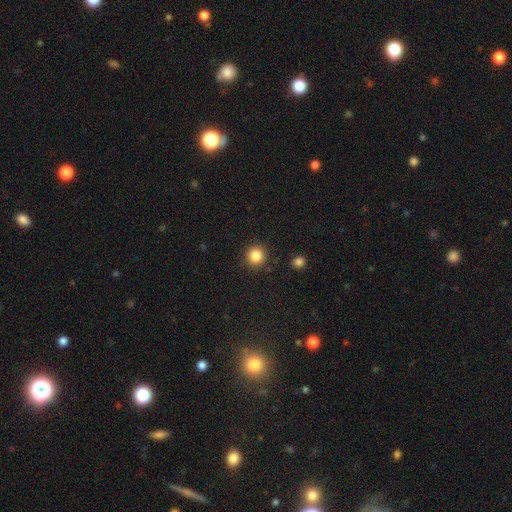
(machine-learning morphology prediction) The model was most divided on "smooth or featured": smooth: 85%, star or artifact: 11%, featured or disk: 4%. More confident: how rounded — round (94%); merging — none (90%).